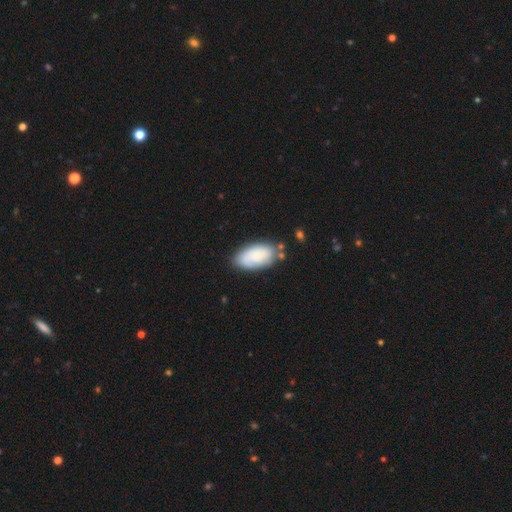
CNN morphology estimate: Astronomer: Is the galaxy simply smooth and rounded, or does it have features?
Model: smooth — 76%.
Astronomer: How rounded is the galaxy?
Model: in between — 94%.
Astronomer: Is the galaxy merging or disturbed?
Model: none — 72%.